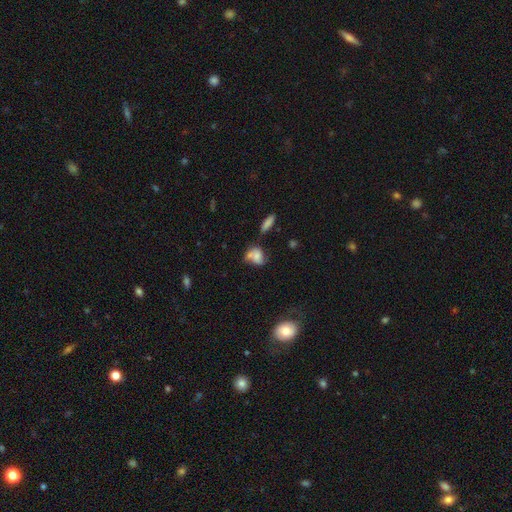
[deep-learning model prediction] Smooth or featured?
  - smooth: 55% *
  - featured or disk: 33%
  - star or artifact: 11%
How rounded?
  - in between: 67% *
  - round: 30%
  - cigar-shaped: 3%
Merging?
  - none: 32% *
  - merger: 30%
  - minor disturbance: 21%
  - major disturbance: 16%